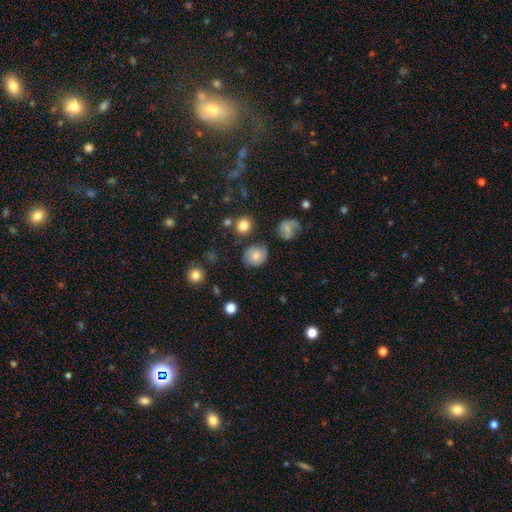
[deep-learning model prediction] This appears to be a smooth galaxy with no disk features (62%) that is round (73%). Merging: none (70%).